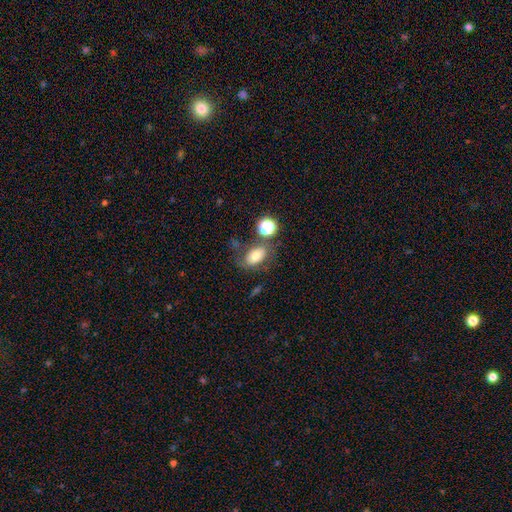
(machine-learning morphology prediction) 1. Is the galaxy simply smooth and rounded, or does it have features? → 70% smooth, 18% featured or disk, 12% star or artifact.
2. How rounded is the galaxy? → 83% in between, 15% round, 2% cigar-shaped.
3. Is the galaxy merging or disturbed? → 58% none, 18% minor disturbance, 13% merger, 11% major disturbance.